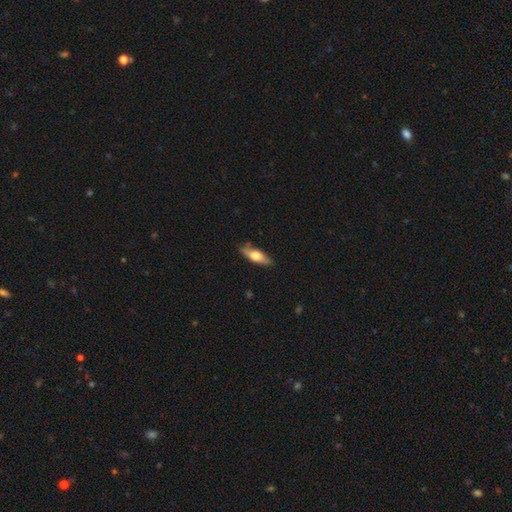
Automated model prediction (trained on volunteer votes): The model was most divided on "how rounded": in between: 53%, cigar-shaped: 44%, round: 3%. More confident: merging — none (81%); smooth or featured — smooth (55%).